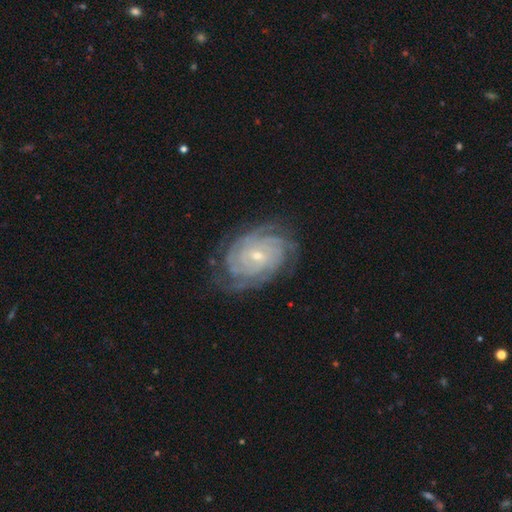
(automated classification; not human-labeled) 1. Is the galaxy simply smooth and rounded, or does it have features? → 88% featured or disk, 7% star or artifact, 6% smooth.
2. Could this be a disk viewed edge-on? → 97% no, 3% yes.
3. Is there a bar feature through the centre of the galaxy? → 68% no, 24% weak, 9% strong.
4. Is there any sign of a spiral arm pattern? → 98% yes, 2% no.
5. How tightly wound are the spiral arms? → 83% tight, 15% medium, 3% loose.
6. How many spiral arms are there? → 23% 4 (tied), 23% can't tell (tied), 17% 3, 15% more than 4, 14% 2, 8% 1.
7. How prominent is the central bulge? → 72% small, 25% moderate, 1% large, 1% none, 1% dominant.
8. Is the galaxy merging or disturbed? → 80% none, 14% minor disturbance, 5% major disturbance, 1% merger.